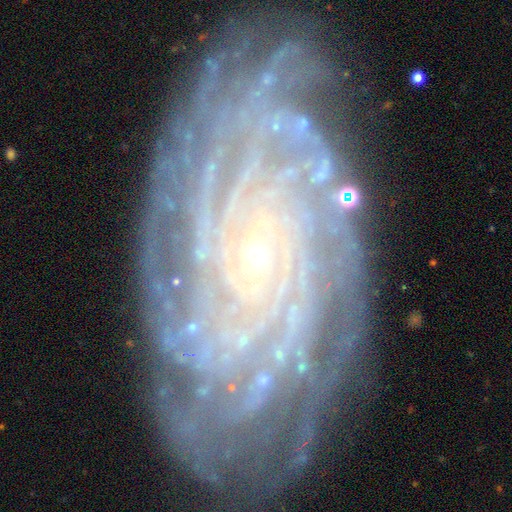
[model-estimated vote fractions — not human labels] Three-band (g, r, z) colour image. It shows a featured or disk galaxy (90%) with no bar (73%), more than 4 (37%) tight (84%) spiral arms (98%) and a small central bulge (85%). Merging: none (77%).